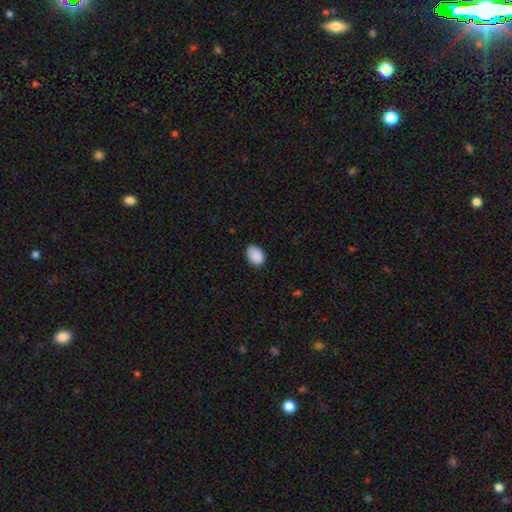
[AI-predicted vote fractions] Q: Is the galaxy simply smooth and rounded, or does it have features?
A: smooth — 90%.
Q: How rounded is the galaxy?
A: in between — 78%.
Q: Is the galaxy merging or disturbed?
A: none — 84%.